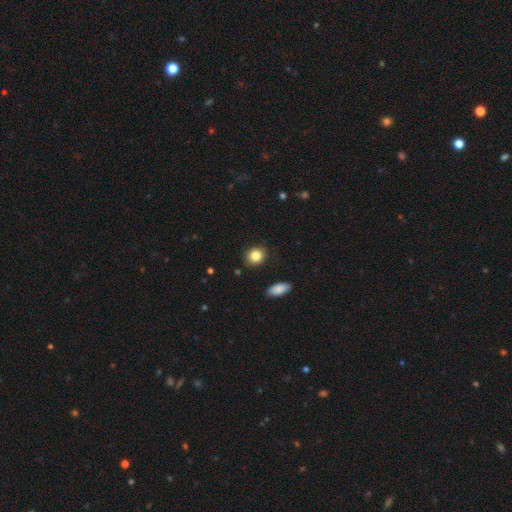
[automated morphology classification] Overall: smooth (85%). How rounded: round (75%). Merging: none (87%).